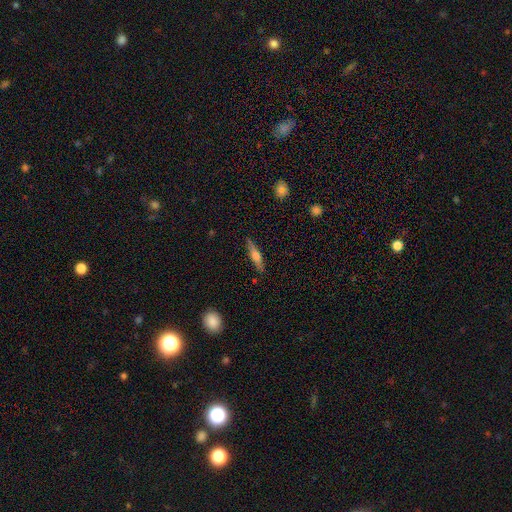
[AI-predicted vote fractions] smooth_or_featured: featured or disk (p=0.56) [alt: smooth p=0.37]
disk_edge_on: yes (p=0.95) [alt: no p=0.05]
edge_on_bulge: rounded (p=0.82) [alt: boxy p=0.12]
merging: none (p=0.86) [alt: minor disturbance p=0.10]